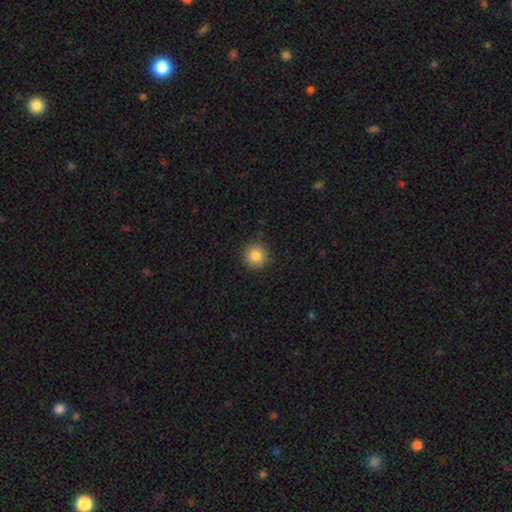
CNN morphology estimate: Smooth or featured? Predicted: smooth (p=0.85). How rounded? Predicted: round (p=0.94). Merging? Predicted: none (p=0.90).